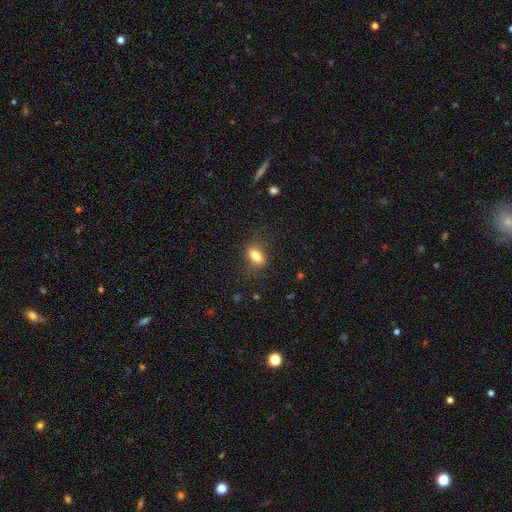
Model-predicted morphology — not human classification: Smooth or featured? smooth (80%)
How rounded? in between (82%)
Merging? none (78%)